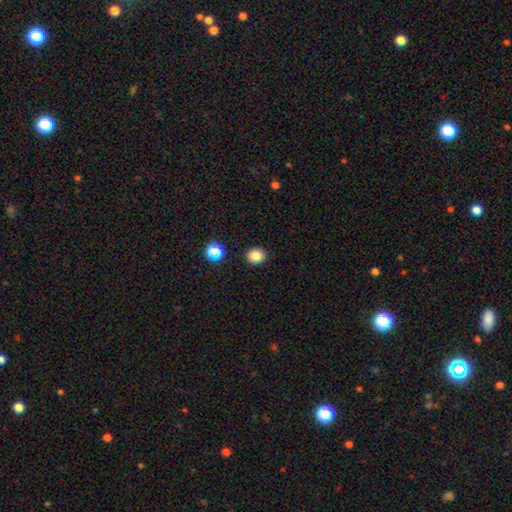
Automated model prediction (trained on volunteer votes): Morphology: type=smooth (83%); roundness=round (72%); merging=none (91%).